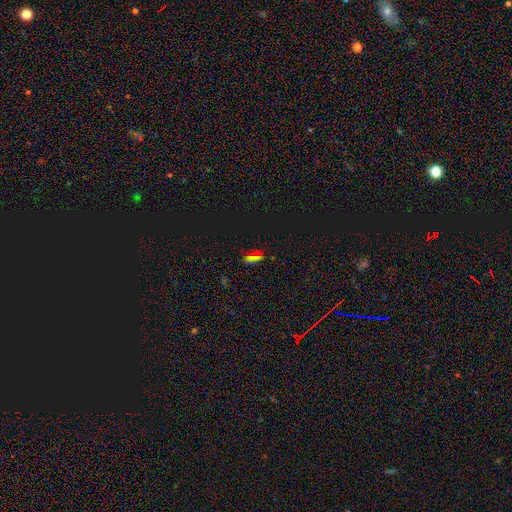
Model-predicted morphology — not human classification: This appears to be a star or artifact, not a galaxy (50%).